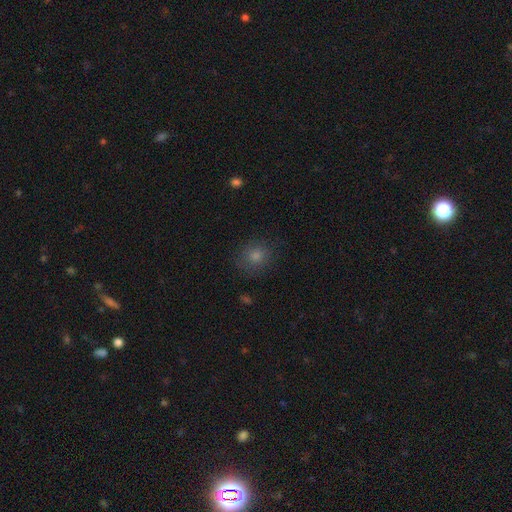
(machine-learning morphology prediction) Smooth or featured? Predicted: smooth (p=0.69). How rounded? Predicted: round (p=0.85). Merging? Predicted: none (p=0.84).